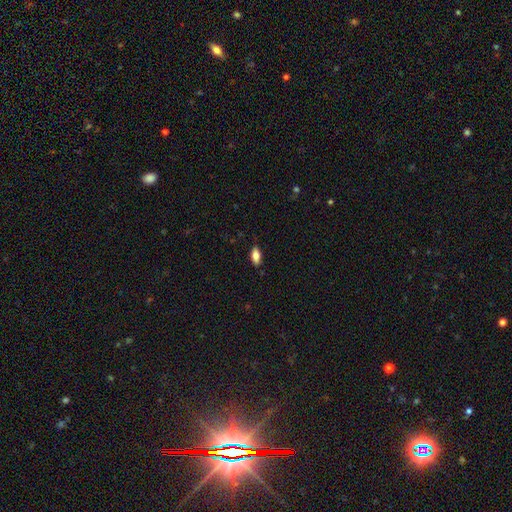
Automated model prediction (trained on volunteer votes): smooth_or_featured: smooth (p=0.79) [alt: featured or disk p=0.14]
how_rounded: in between (p=0.87) [alt: cigar-shaped p=0.11]
merging: none (p=0.85) [alt: minor disturbance p=0.12]